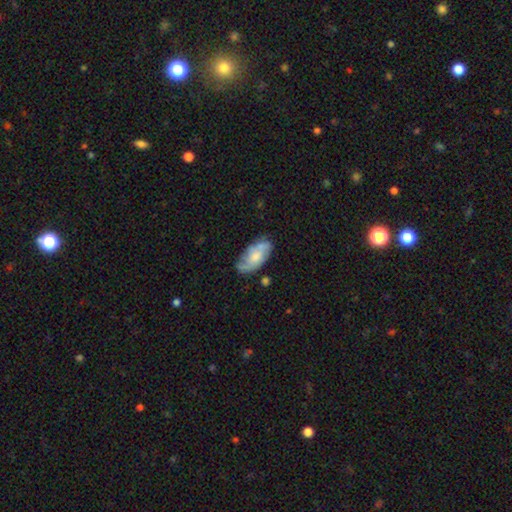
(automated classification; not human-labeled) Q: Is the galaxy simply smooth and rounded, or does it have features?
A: featured or disk — 58%.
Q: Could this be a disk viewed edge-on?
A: no — 93%.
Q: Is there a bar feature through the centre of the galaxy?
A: no — 69%.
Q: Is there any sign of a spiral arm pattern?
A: yes — 85%.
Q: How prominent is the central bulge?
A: moderate — 44%.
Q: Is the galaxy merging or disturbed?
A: none — 67%.